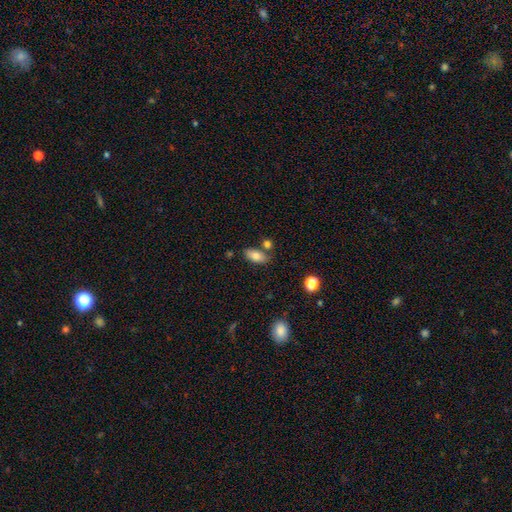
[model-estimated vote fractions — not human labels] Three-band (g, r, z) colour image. It shows a smooth galaxy with no disk features (80%) that is in between round and cigar-shaped (88%). Merging: none (71%).